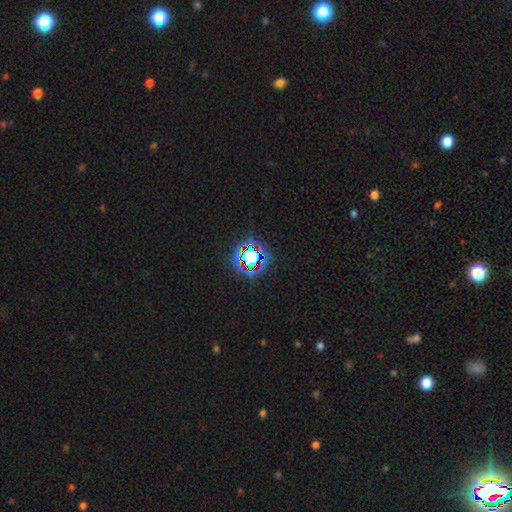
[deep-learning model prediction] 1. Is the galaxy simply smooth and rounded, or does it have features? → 68% star or artifact, 21% smooth, 12% featured or disk.